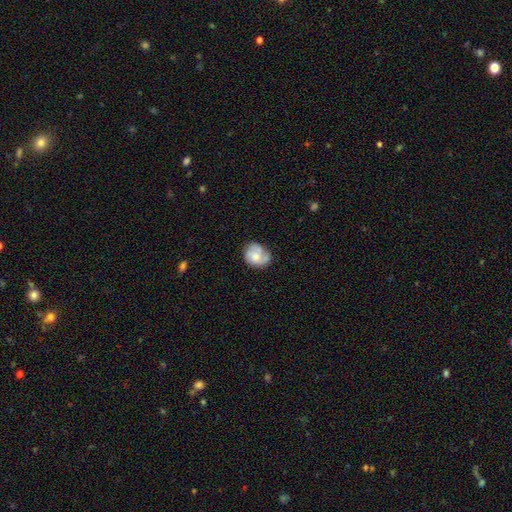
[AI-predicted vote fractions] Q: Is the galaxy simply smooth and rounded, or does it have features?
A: smooth — 56%.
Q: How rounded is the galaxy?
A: round — 60%.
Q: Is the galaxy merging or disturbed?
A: none — 47%.